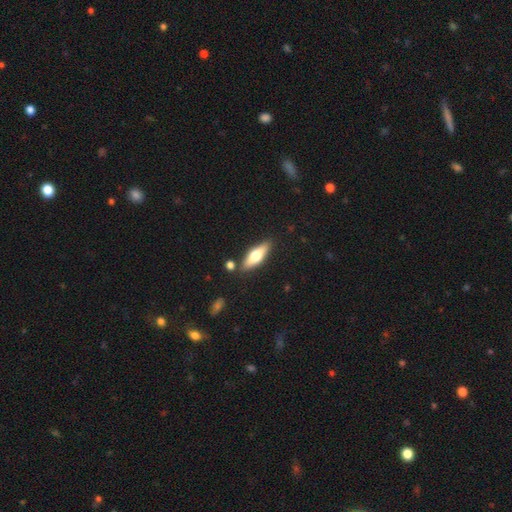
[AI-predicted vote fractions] This is possibly a smooth galaxy (53%). How rounded: possibly in between (49%). Merging: clearly none (84%).